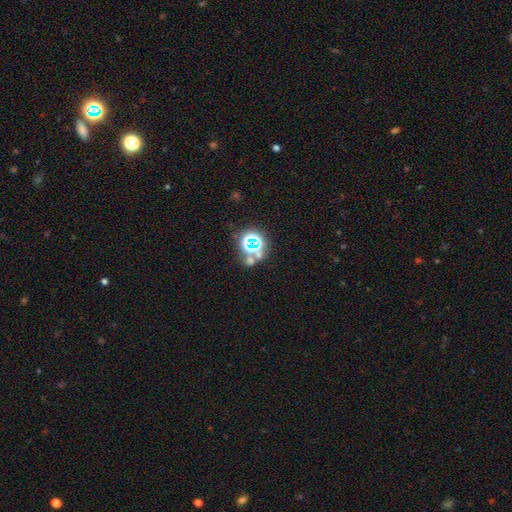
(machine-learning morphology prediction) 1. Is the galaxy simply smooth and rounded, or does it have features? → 59% star or artifact, 30% smooth, 12% featured or disk.